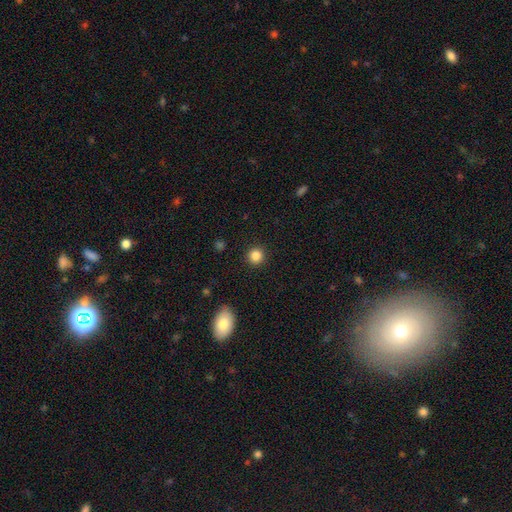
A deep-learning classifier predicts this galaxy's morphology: Smooth or featured: smooth — 85% (star or artifact — 11%)
How rounded: round — 93% (in between — 6%)
Merging: none — 92% (minor disturbance — 5%)